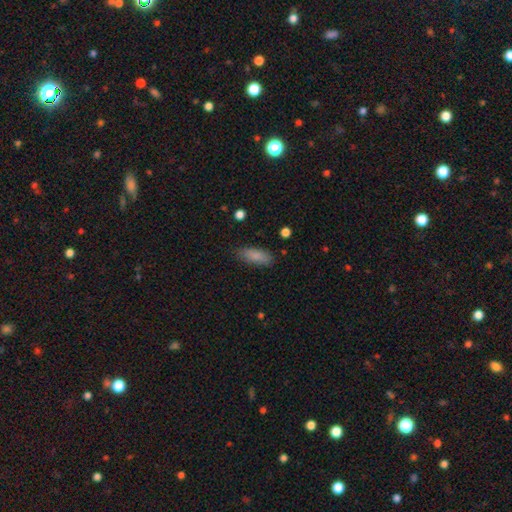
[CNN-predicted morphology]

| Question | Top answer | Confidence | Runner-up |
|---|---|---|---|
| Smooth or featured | smooth | 85% | featured or disk (8%) |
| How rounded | in between | 72% | cigar-shaped (26%) |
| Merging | none | 80% | minor disturbance (15%) |